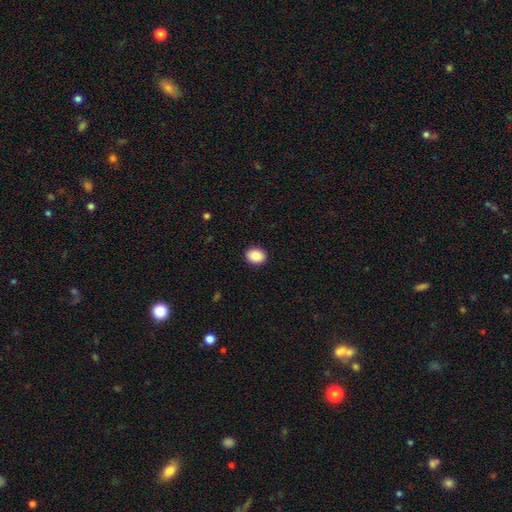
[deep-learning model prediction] smooth_or_featured: smooth (p=0.89) [alt: star or artifact p=0.08]
how_rounded: in between (p=0.54) [alt: round p=0.46]
merging: none (p=0.91) [alt: minor disturbance p=0.07]